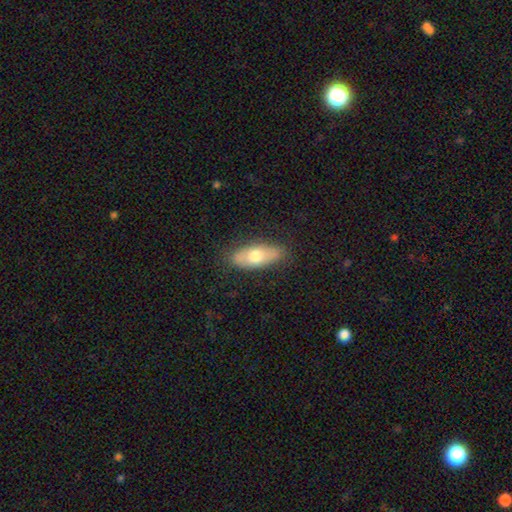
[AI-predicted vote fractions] smooth_or_featured: smooth (p=0.64) [alt: featured or disk p=0.30]
how_rounded: in between (p=0.79) [alt: cigar-shaped p=0.18]
merging: none (p=0.85) [alt: minor disturbance p=0.11]